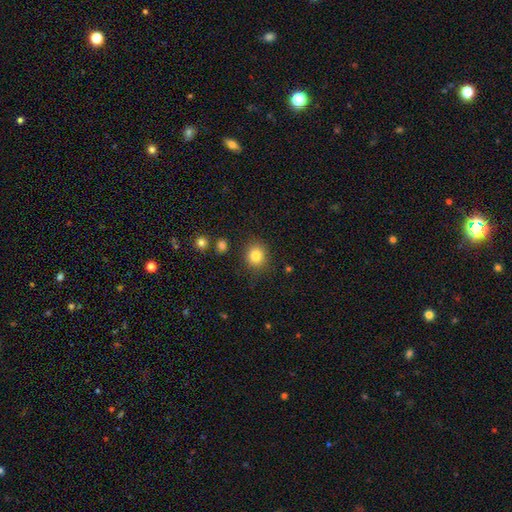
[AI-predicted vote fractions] Overall: smooth (83%). How rounded: round (82%). Merging: none (86%).